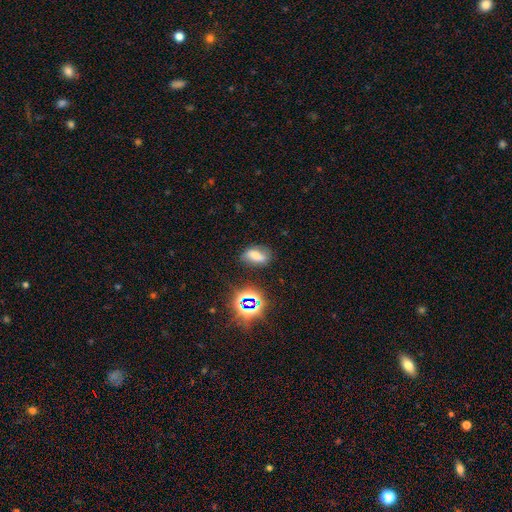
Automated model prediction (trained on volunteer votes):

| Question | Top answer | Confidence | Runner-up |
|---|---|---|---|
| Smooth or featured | smooth | 57% | featured or disk (22%) |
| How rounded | in between | 83% | round (12%) |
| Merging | none | 70% | minor disturbance (20%) |